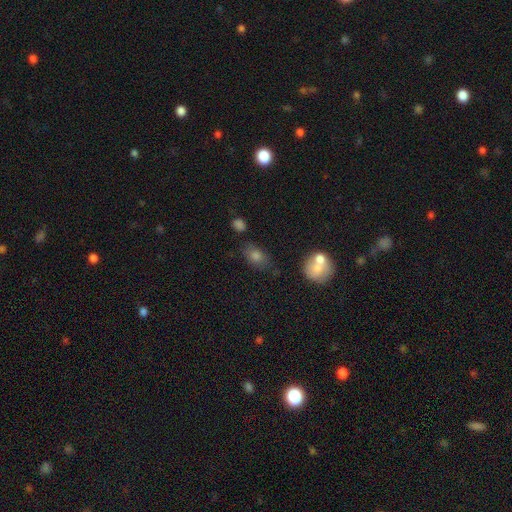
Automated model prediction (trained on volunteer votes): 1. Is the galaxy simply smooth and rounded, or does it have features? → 78% smooth, 11% star or artifact, 11% featured or disk.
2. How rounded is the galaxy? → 82% in between, 15% round, 3% cigar-shaped.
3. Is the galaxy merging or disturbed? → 72% none, 17% minor disturbance, 6% merger, 5% major disturbance.